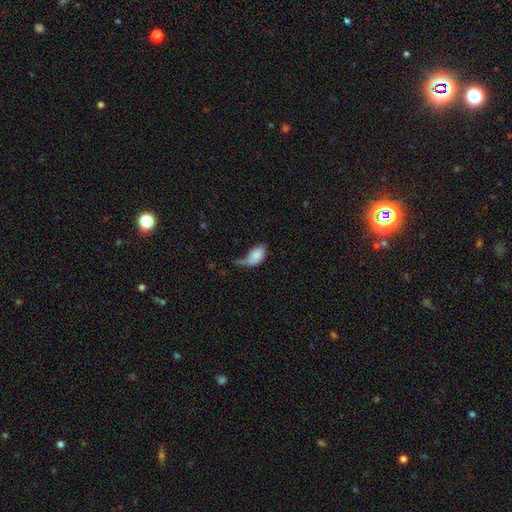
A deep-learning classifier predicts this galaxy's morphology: Overall: smooth (81%). How rounded: in between (91%). Merging: major disturbance (35%; minor disturbance 30%).